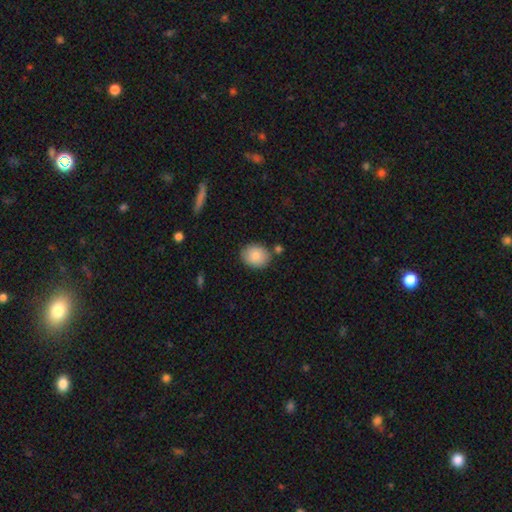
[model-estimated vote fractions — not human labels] A smooth galaxy with no disk features (84%) that is in between round and cigar-shaped (51%). Merging: none (79%).